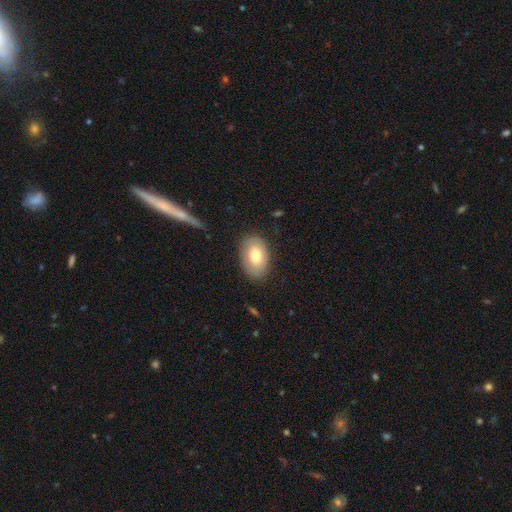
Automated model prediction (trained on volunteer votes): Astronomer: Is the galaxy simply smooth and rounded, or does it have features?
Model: smooth — 75%.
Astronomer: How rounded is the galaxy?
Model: in between — 88%.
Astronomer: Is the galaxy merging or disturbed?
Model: none — 82%.